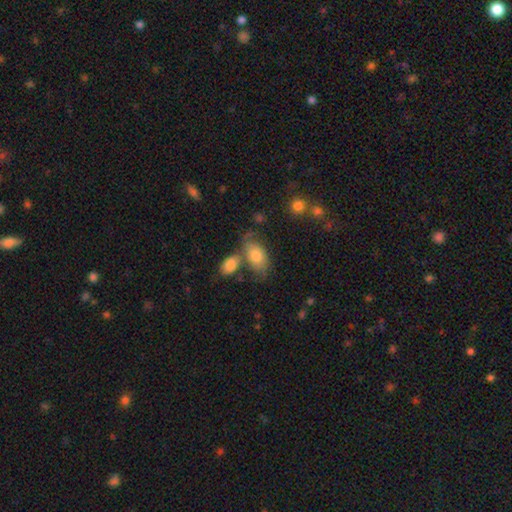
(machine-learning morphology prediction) Overall: smooth (76%). How rounded: in between (91%). Merging: none (49%; merger 26%).